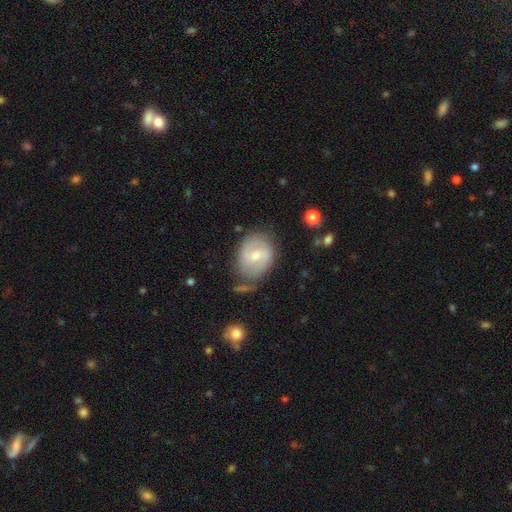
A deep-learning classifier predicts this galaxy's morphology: Smooth or featured: featured or disk — 62% (smooth — 31%)
Edge-on disk: no — 97% (yes — 3%)
Bar: weak — 57% (no — 28%)
Spiral arms: yes — 85% (no — 15%)
Spiral winding: medium — 48% (tight — 30%)
Spiral arm count: 2 — 82% (can't tell — 11%)
Bulge size: moderate — 48% (small — 47%)
Merging: none — 68% (minor disturbance — 20%)